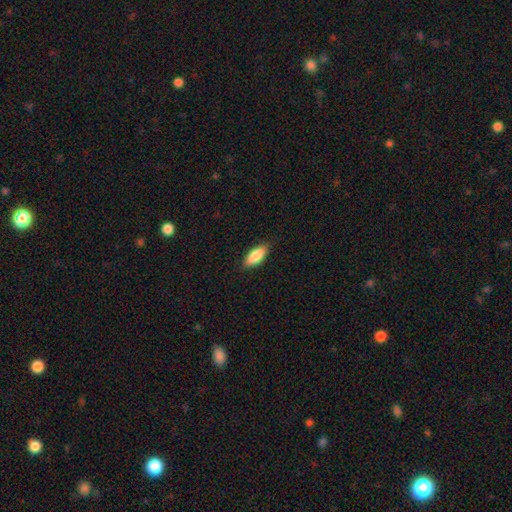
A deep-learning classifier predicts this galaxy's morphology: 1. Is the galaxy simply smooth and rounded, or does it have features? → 83% smooth, 11% featured or disk, 6% star or artifact.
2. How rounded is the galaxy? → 81% in between, 17% cigar-shaped, 2% round.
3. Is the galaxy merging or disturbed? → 86% none, 11% minor disturbance, 2% major disturbance, 1% merger.